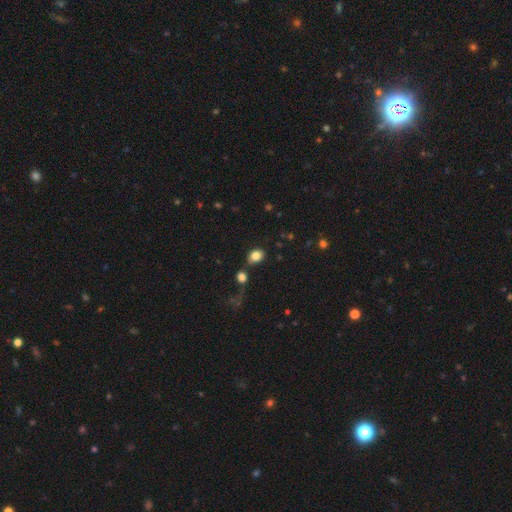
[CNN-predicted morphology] This is clearly a smooth galaxy (83%). How rounded: possibly in between (56%). Merging: likely none (63%).